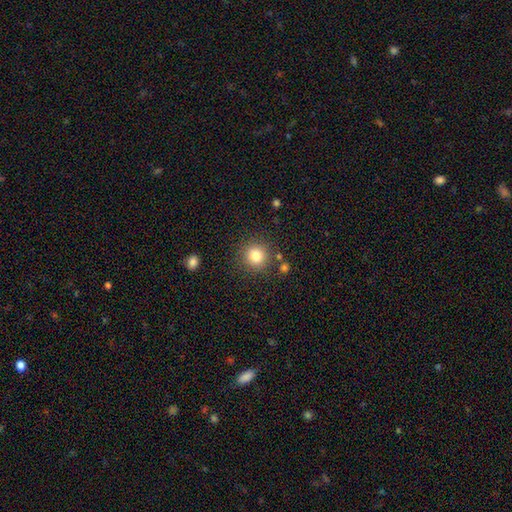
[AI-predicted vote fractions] This is clearly a smooth galaxy (82%). How rounded: clearly round (92%). Merging: clearly none (85%).